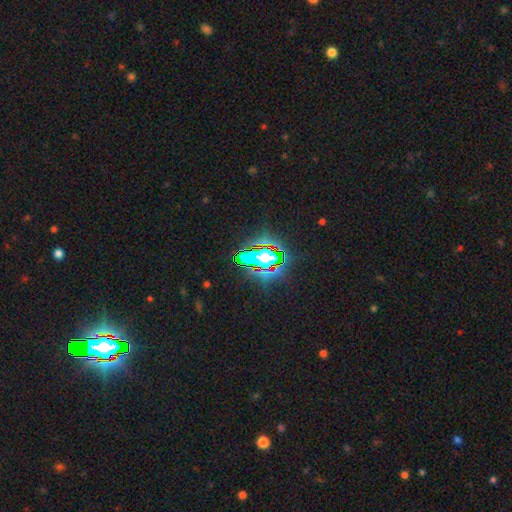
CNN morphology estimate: A star or artifact, not a galaxy (68%).